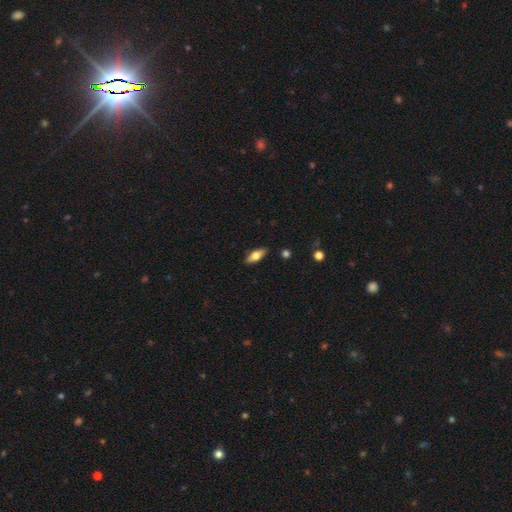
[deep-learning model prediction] Overall: smooth (65%; featured or disk 29%). How rounded: in between (73%). Merging: none (88%).